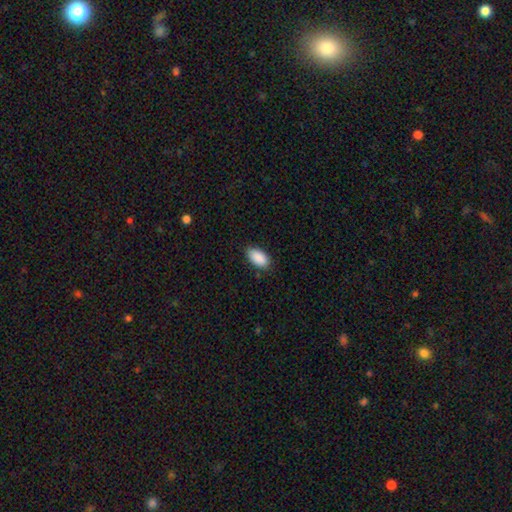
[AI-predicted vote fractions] Smooth or featured: smooth — 91% (star or artifact — 6%)
How rounded: in between — 95% (round — 3%)
Merging: none — 84% (minor disturbance — 13%)